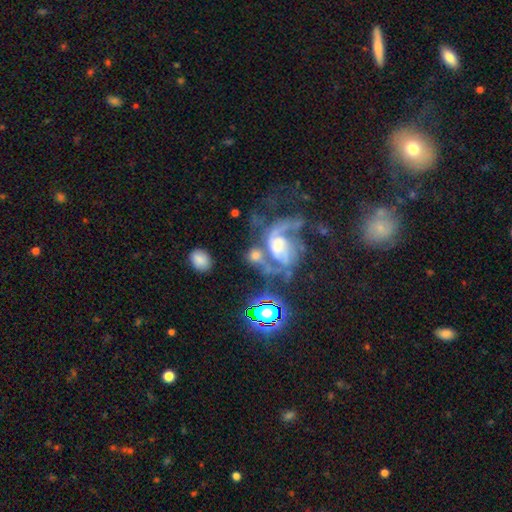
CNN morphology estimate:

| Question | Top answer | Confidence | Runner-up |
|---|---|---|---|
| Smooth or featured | featured or disk | 75% | star or artifact (13%) |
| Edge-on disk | no | 97% | yes (3%) |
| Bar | no | 48% | weak (33%) |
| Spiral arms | yes | 86% | no (14%) |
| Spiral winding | medium | 47% | loose (32%) |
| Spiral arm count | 2 | 59% | can't tell (15%) |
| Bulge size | moderate | 39% | large (28%) |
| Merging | major disturbance | 35% | merger (26%) |